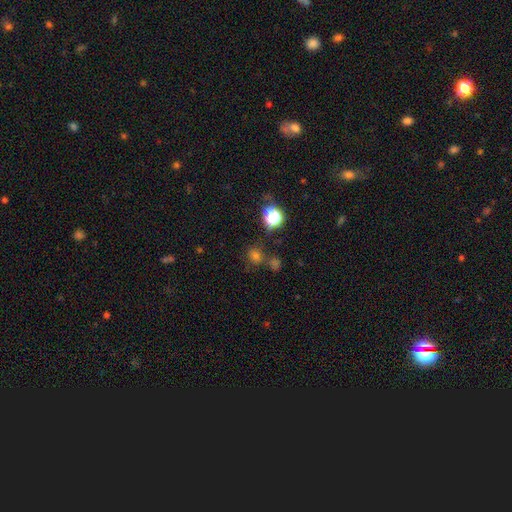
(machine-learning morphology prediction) smooth_or_featured: smooth (p=0.62) [alt: star or artifact p=0.30]
how_rounded: round (p=0.82) [alt: in between p=0.17]
merging: none (p=0.68) [alt: merger p=0.15]